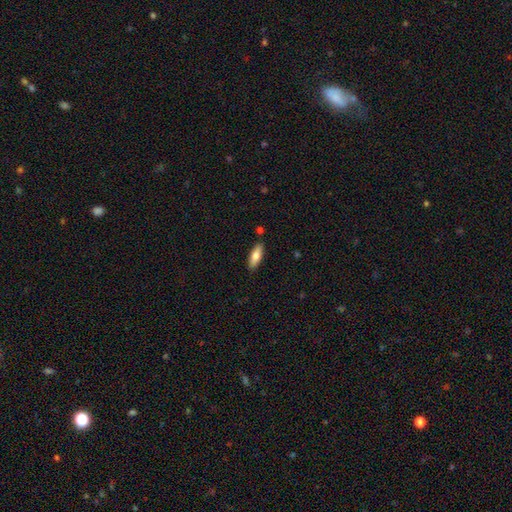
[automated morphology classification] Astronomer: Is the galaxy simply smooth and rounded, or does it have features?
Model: smooth — 77%.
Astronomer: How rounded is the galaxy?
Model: in between — 60% (runner-up: cigar-shaped, 38%).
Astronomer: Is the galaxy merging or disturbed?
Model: none — 85%.